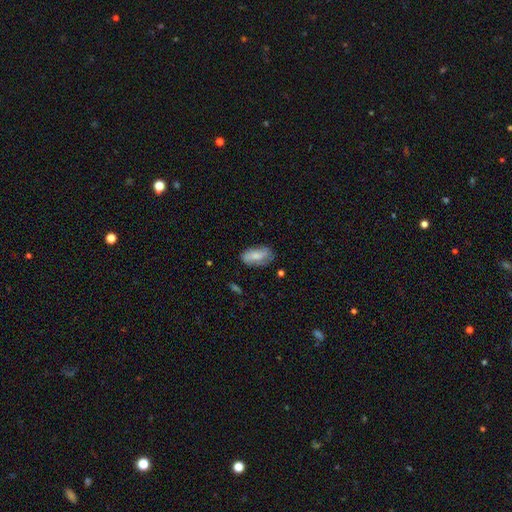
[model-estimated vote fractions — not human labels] A smooth galaxy with no disk features (61%) that is in between round and cigar-shaped (89%).

Vote fractions:
- Smooth or featured? smooth: 61% / featured or disk: 32% / star or artifact: 7%
- How rounded? in between: 89% / cigar-shaped: 7% / round: 4%
- Merging? none: 62% / minor disturbance: 27% / major disturbance: 9% / merger: 2%